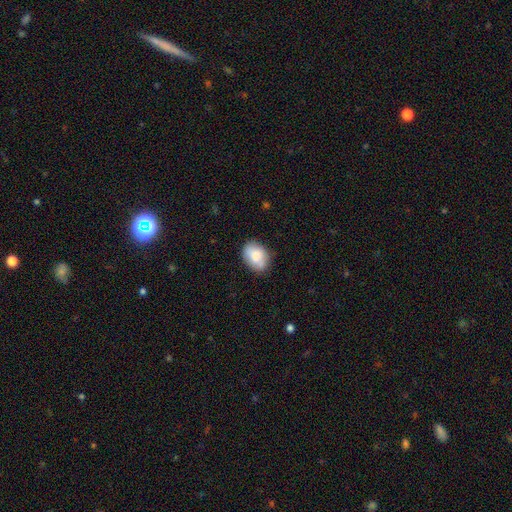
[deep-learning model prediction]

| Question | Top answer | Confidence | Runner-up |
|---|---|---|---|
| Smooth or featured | smooth | 81% | featured or disk (12%) |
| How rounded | in between | 78% | round (21%) |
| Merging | none | 76% | minor disturbance (18%) |